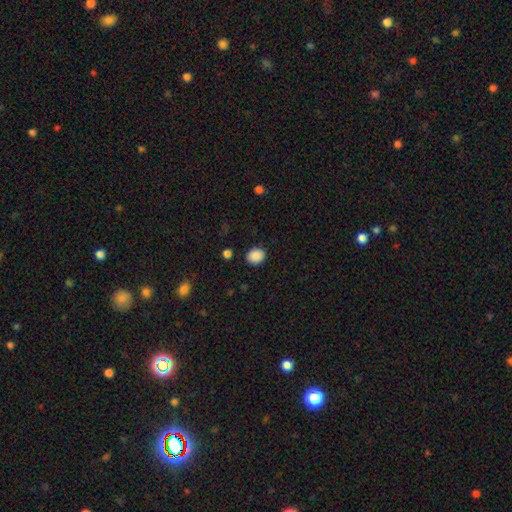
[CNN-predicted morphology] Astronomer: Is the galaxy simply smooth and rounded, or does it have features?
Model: smooth — 88%.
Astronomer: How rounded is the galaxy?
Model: round — 63%.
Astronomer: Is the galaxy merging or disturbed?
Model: none — 87%.